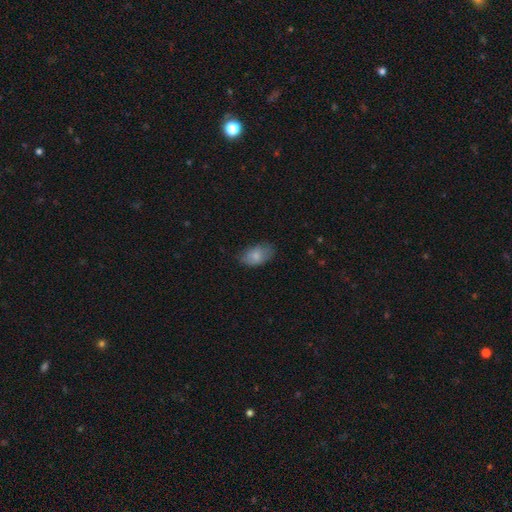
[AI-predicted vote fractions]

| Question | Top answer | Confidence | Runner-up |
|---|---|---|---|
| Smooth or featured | smooth | 81% | featured or disk (12%) |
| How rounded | in between | 92% | round (7%) |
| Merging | none | 66% | minor disturbance (27%) |